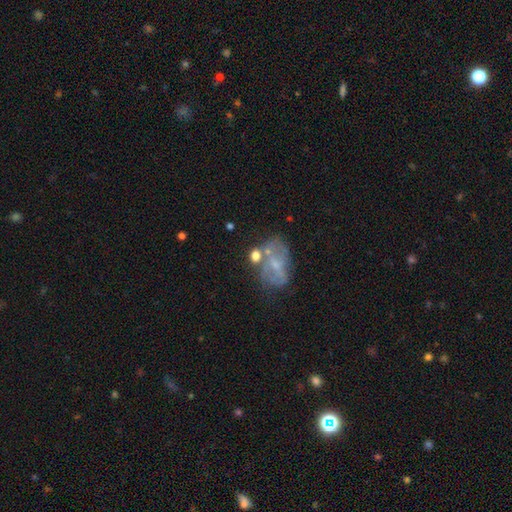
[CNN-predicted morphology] Smooth or featured?
  - smooth: 51% *
  - featured or disk: 36%
  - star or artifact: 13%
How rounded?
  - in between: 52% *
  - round: 46%
  - cigar-shaped: 2%
Merging?
  - none: 43% *
  - merger: 24%
  - minor disturbance: 19%
  - major disturbance: 14%